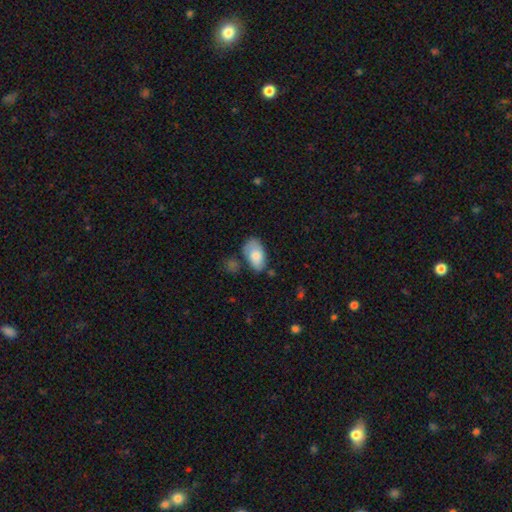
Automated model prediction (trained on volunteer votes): This appears to be a smooth galaxy with no disk features (76%) that is in between round and cigar-shaped (94%). Merging: none (56%).